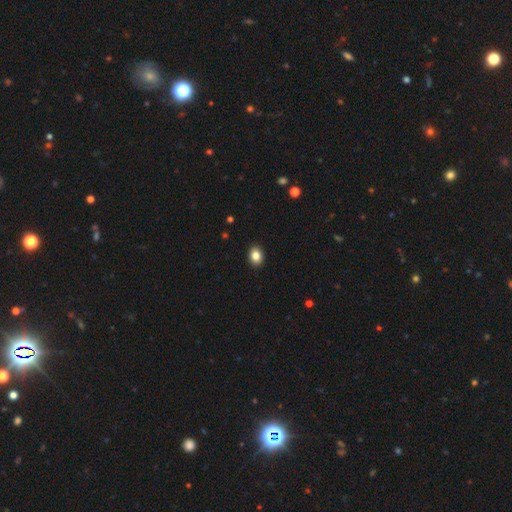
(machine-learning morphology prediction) type=smooth (85%); roundness=in between (67%); merging=none (91%).